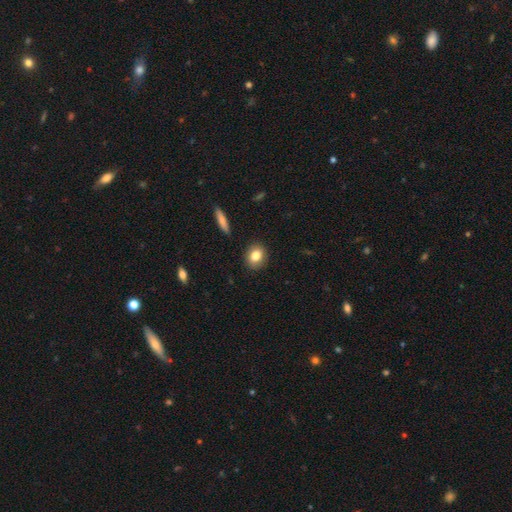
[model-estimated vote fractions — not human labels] Q: Smooth or featured?
A: smooth (81%); runner-up: featured or disk (10%)
Q: How rounded?
A: round (56%); runner-up: in between (43%)
Q: Merging?
A: none (89%); runner-up: minor disturbance (8%)